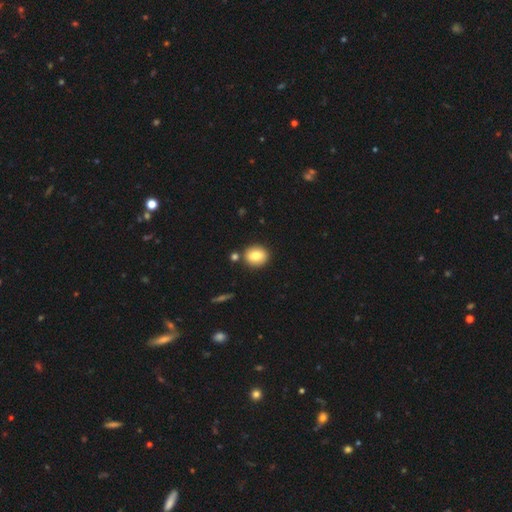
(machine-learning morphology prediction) smooth-or-featured: smooth: 80% | featured or disk: 11% | star or artifact: 9%
  how-rounded: round: 66% | in between: 33% | cigar-shaped: 1%
  merging: none: 82% | merger: 8% | minor disturbance: 8% | major disturbance: 2%